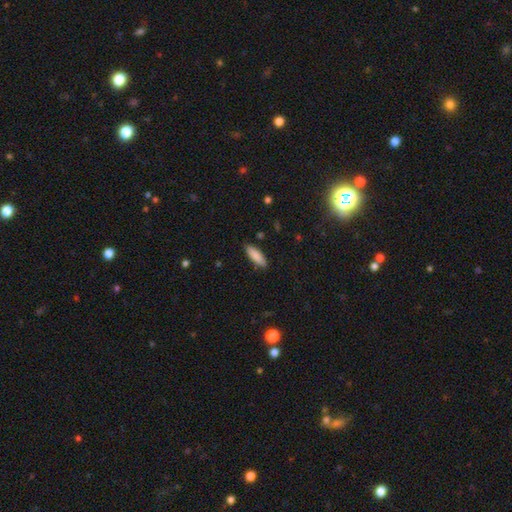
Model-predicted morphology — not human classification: smooth 87%, featured or disk 7%, star or artifact 6%. Down the decision tree: how rounded — in between (54%); merging — none (87%).